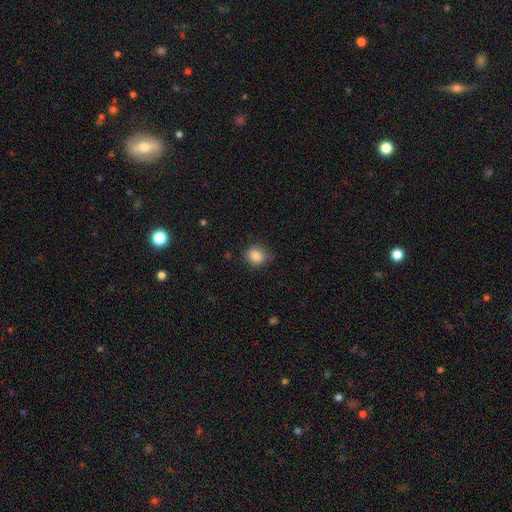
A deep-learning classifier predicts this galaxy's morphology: Smooth or featured? Predicted: smooth (p=0.84). How rounded? Predicted: round (p=0.80). Merging? Predicted: none (p=0.79).